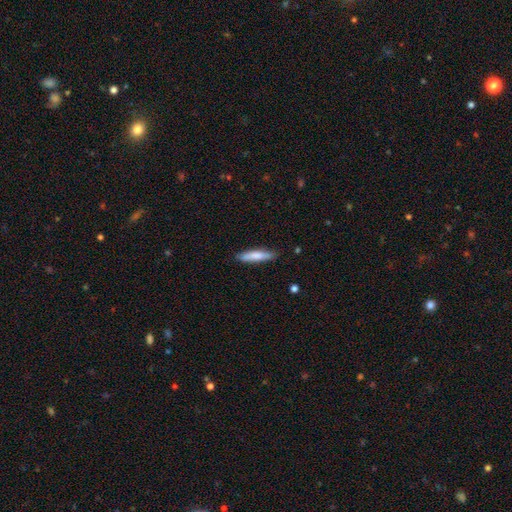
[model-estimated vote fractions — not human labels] smooth_or_featured: smooth (p=0.75) [alt: featured or disk p=0.20]
how_rounded: cigar-shaped (p=0.83) [alt: in between p=0.16]
merging: none (p=0.85) [alt: minor disturbance p=0.12]